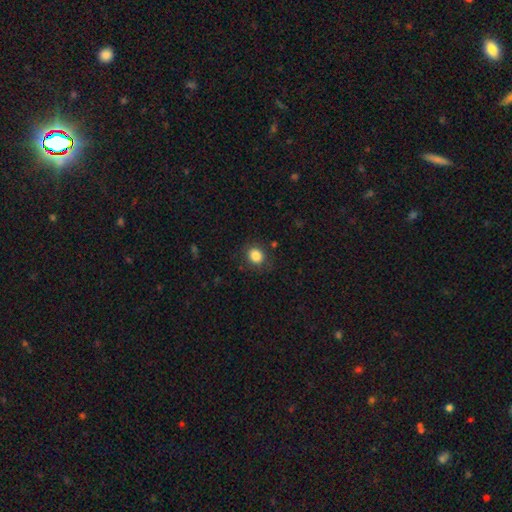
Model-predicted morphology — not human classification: Smooth or featured?
  - smooth: 85% *
  - star or artifact: 10%
  - featured or disk: 5%
How rounded?
  - round: 63% *
  - in between: 36%
  - cigar-shaped: 1%
Merging?
  - none: 81% *
  - minor disturbance: 13%
  - major disturbance: 4%
  - merger: 1%